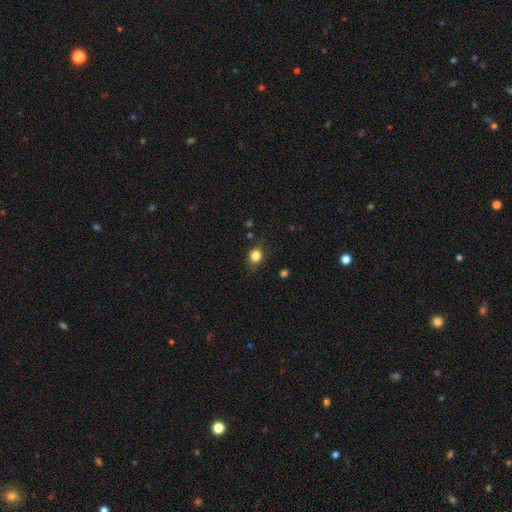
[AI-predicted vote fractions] The model was most divided on "how rounded": round: 52%, in between: 46%, cigar-shaped: 2%. More confident: smooth or featured — smooth (82%); merging — none (76%).